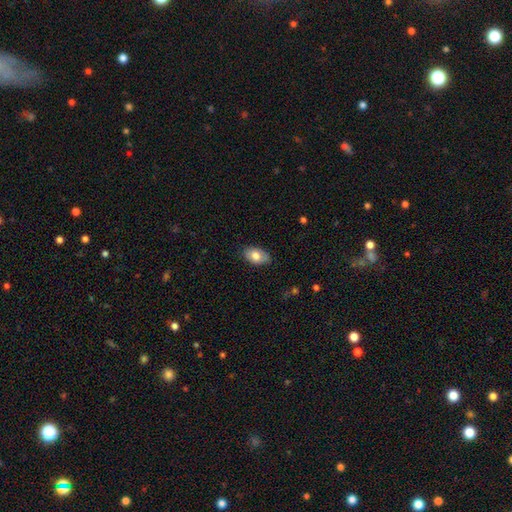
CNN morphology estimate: This is likely a smooth galaxy (76%). How rounded: clearly in between (91%). Merging: clearly none (81%).